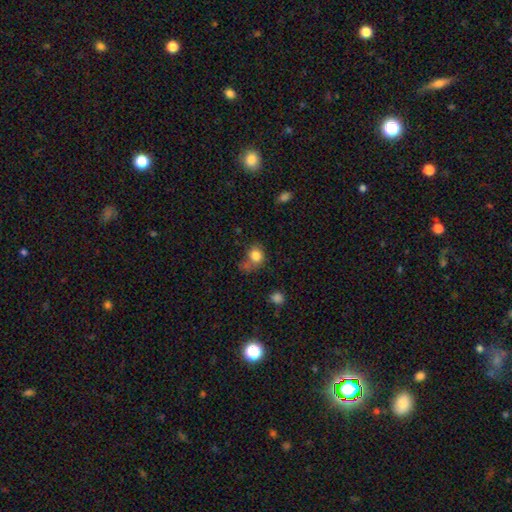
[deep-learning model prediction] Q: Smooth or featured?
A: smooth (81%); runner-up: star or artifact (10%)
Q: How rounded?
A: round (67%); runner-up: in between (32%)
Q: Merging?
A: none (42%); runner-up: minor disturbance (27%)